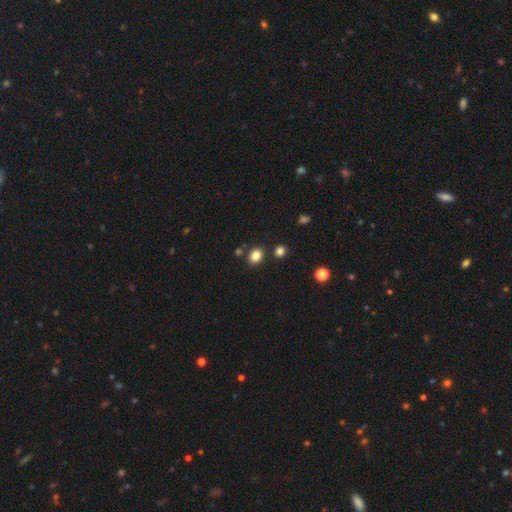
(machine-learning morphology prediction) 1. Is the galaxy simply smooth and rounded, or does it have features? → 85% smooth, 11% star or artifact, 4% featured or disk.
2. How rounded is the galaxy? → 52% in between, 47% round, 1% cigar-shaped.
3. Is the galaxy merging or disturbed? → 82% none, 9% minor disturbance, 6% merger, 3% major disturbance.